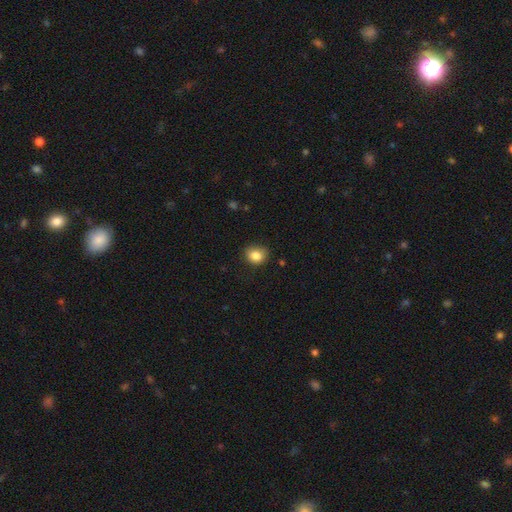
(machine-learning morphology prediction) Smooth or featured? smooth (85%)
How rounded? round (63%)
Merging? none (77%)